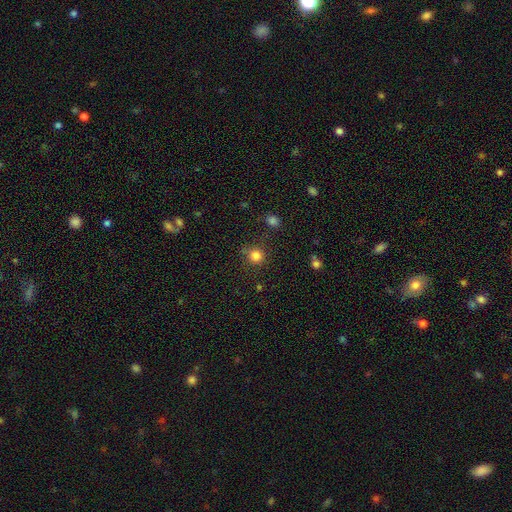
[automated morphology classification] A smooth galaxy with no disk features (82%) that is round (90%). Merging: none (79%).